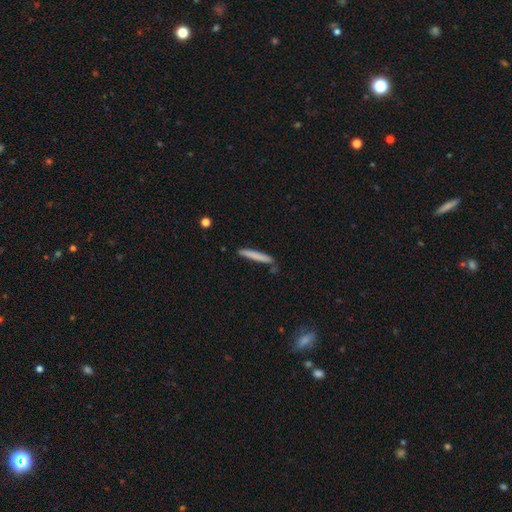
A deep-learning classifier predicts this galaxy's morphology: A smooth galaxy with no disk features (77%) that is cigar-shaped (96%).

Vote fractions:
- Smooth or featured? smooth: 77% / featured or disk: 17% / star or artifact: 6%
- How rounded? cigar-shaped: 96% / in between: 3% / round: 1%
- Merging? none: 83% / minor disturbance: 11% / merger: 3% / major disturbance: 2%